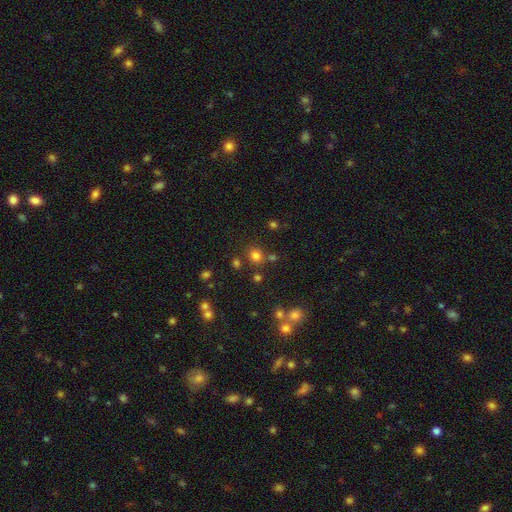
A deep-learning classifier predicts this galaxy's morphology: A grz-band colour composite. It shows a smooth galaxy with no disk features (75%) that is round (83%). Merging: none (77%).